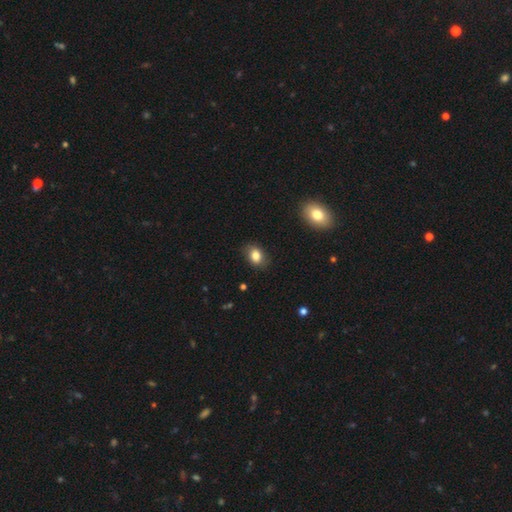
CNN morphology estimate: A smooth galaxy with no disk features (82%) that is in between round and cigar-shaped (72%). Merging: none (81%).